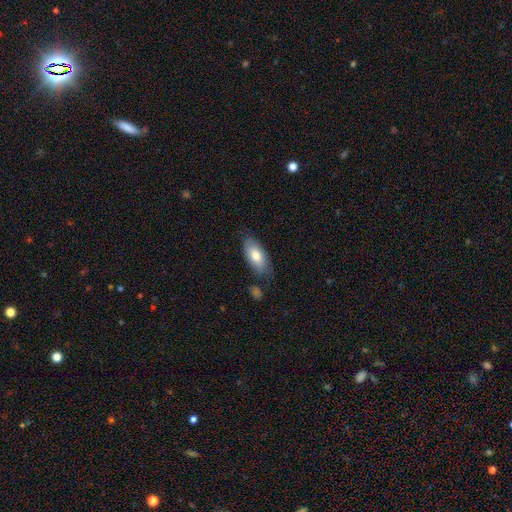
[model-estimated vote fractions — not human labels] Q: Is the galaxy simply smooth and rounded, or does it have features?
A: smooth — 75%.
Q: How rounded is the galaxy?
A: in between — 88%.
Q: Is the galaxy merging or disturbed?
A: none — 70%.